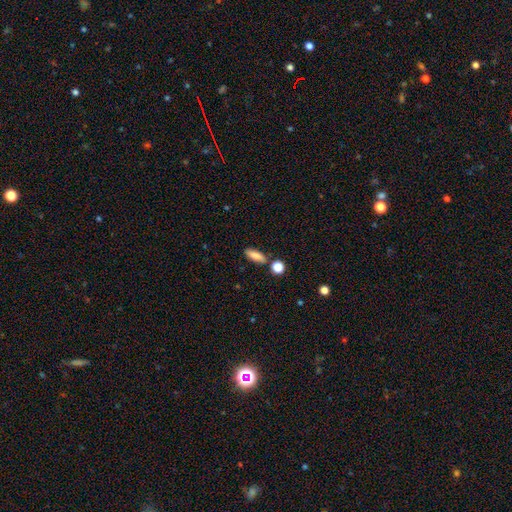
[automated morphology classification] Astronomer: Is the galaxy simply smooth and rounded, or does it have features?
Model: smooth — 81%.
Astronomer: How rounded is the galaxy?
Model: in between — 65%.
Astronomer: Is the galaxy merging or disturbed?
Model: none — 80%.